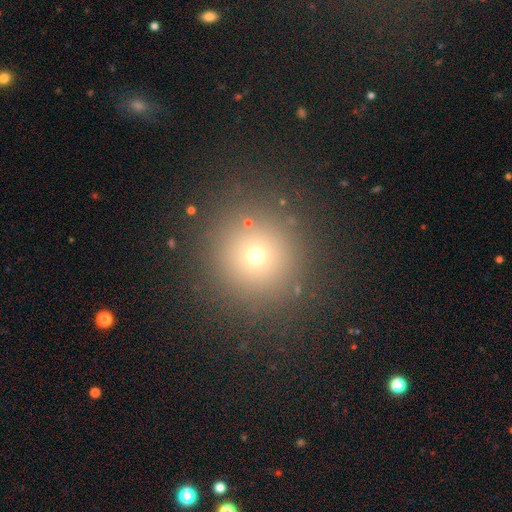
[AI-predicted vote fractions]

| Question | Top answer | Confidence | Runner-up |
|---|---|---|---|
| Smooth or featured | smooth | 66% | star or artifact (24%) |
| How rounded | round | 94% | in between (5%) |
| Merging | none | 87% | minor disturbance (7%) |